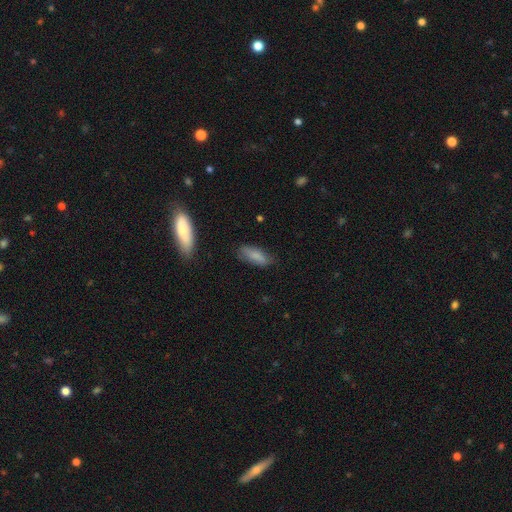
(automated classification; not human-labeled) Morphology: type=smooth (83%); roundness=in between (69%); merging=none (73%).